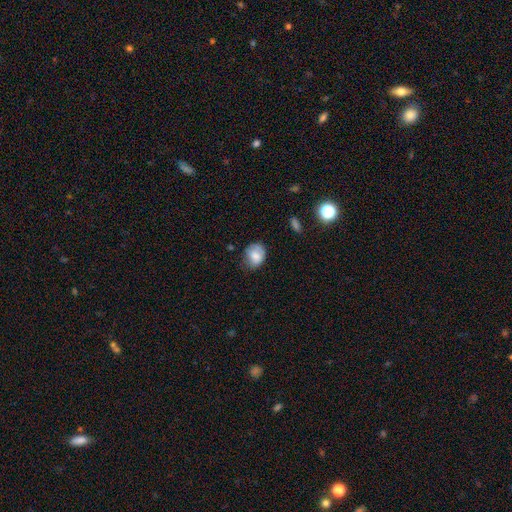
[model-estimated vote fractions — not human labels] Smooth or featured? smooth (76%)
How rounded? round (51%)
Merging? none (57%)